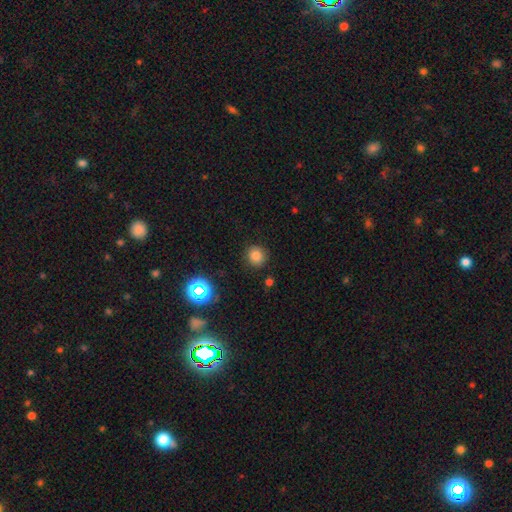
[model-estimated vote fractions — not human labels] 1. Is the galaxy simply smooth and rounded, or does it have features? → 79% smooth, 15% star or artifact, 5% featured or disk.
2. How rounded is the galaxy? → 89% round, 10% in between, 1% cigar-shaped.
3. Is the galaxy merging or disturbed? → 88% none, 7% minor disturbance, 3% major disturbance, 2% merger.